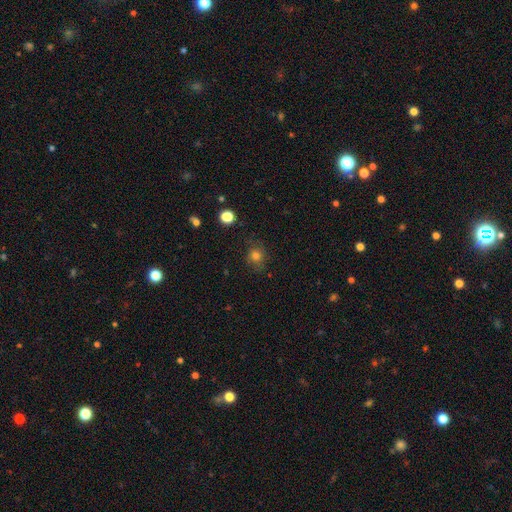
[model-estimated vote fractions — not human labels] Smooth or featured? smooth (78%)
How rounded? round (77%)
Merging? none (77%)